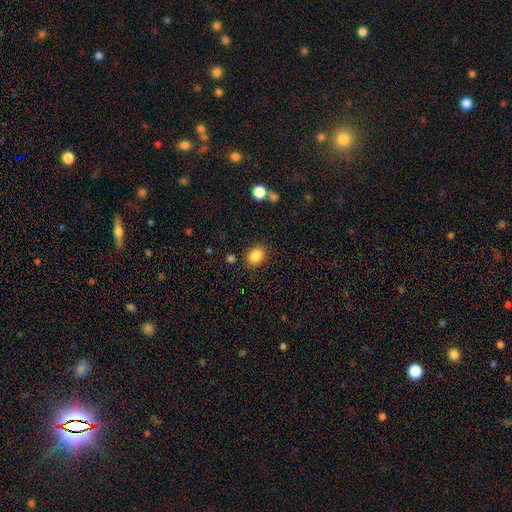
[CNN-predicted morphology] smooth 85%, star or artifact 10%, featured or disk 5%. Down the decision tree: how rounded — round (59%); merging — none (84%).